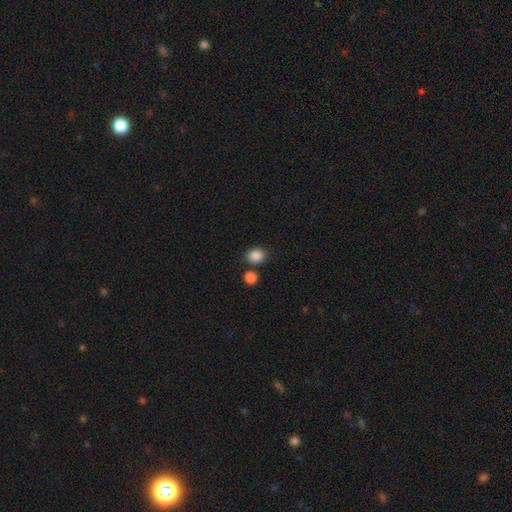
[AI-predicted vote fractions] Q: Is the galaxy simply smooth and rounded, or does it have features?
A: smooth — 87%.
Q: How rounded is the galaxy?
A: round — 58%.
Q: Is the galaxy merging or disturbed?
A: none — 75%.